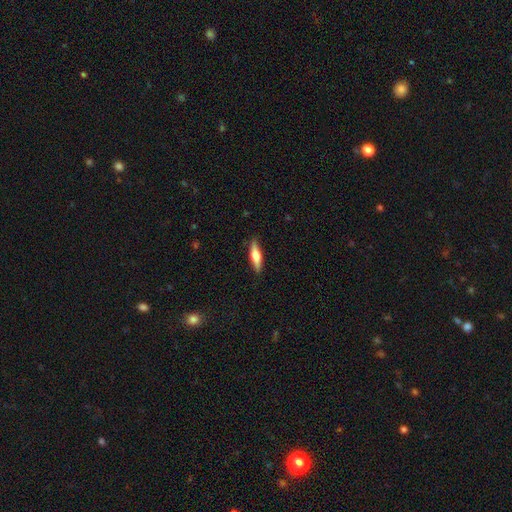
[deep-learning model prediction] smooth 51%, featured or disk 43%, star or artifact 6%. Down the decision tree: how rounded — cigar-shaped (66%); merging — none (86%).